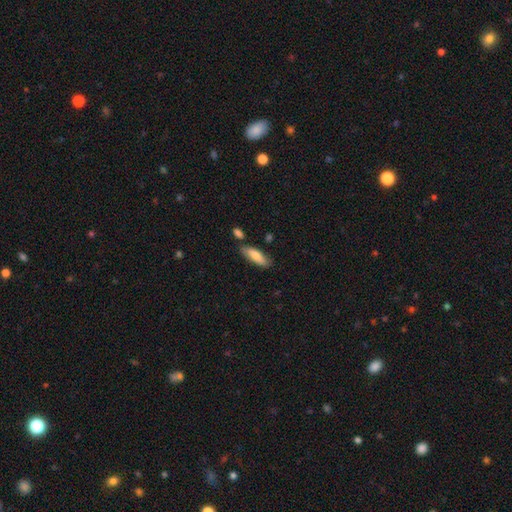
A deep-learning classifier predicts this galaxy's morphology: This appears to be a smooth galaxy with no disk features (79%) that is in between round and cigar-shaped (55%). Merging: none (70%).